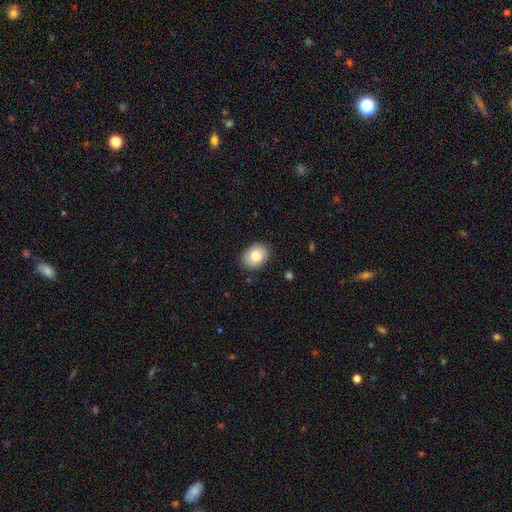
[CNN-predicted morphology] A smooth galaxy with no disk features (82%) that is in between round and cigar-shaped (58%). Merging: none (86%).